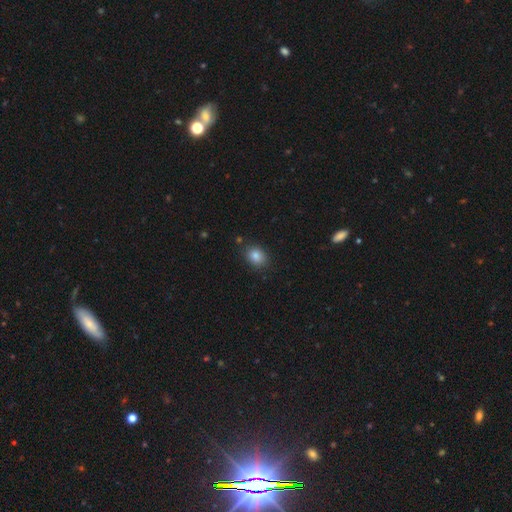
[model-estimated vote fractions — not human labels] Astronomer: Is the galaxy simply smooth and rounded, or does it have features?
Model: smooth — 84%.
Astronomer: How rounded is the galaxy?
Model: in between — 58% (runner-up: round, 41%).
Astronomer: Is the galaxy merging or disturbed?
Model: none — 84%.